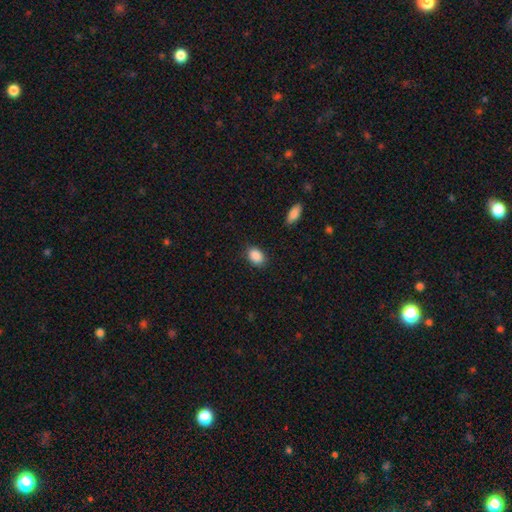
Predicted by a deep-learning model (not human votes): The model was most divided on "how rounded": in between: 78%, round: 20%, cigar-shaped: 1%. More confident: smooth or featured — smooth (89%); merging — none (84%).